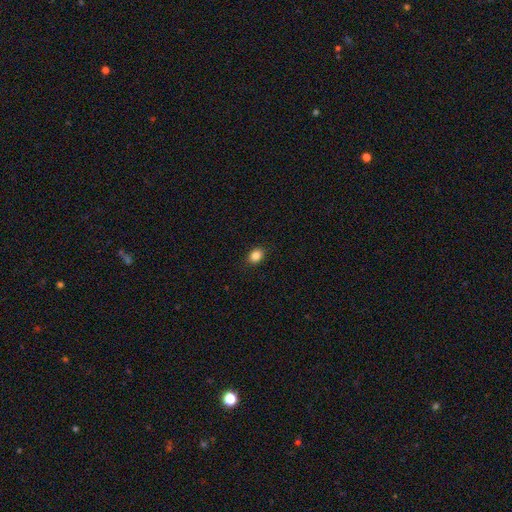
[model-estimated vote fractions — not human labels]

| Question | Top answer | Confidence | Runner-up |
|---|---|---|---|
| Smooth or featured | smooth | 86% | star or artifact (10%) |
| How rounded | in between | 62% | round (37%) |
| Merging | none | 90% | minor disturbance (7%) |